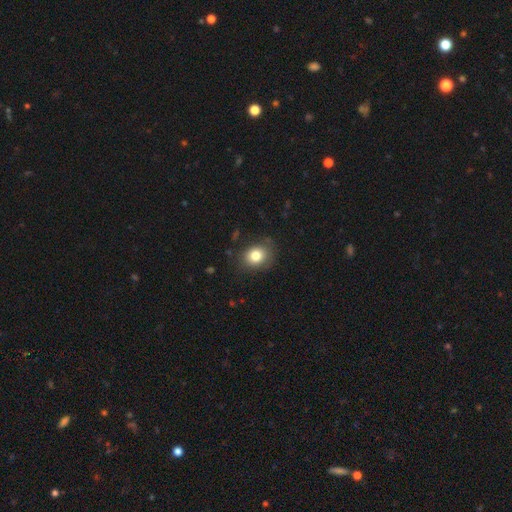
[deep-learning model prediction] The model was most divided on "how rounded": round: 60%, in between: 39%, cigar-shaped: 1%. More confident: smooth or featured — smooth (81%); merging — none (80%).